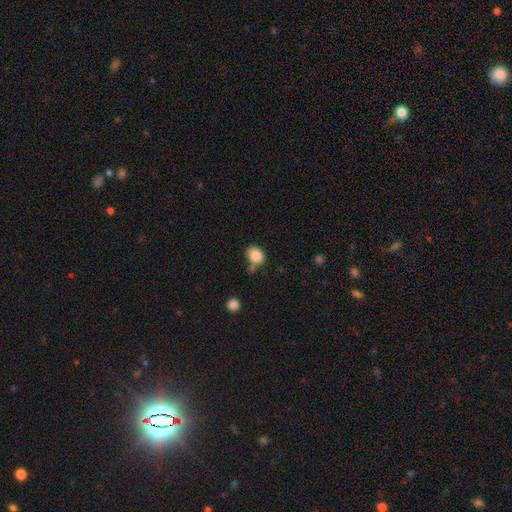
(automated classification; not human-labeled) A smooth galaxy with no disk features (86%) that is in between round and cigar-shaped (62%). Merging: none (61%).